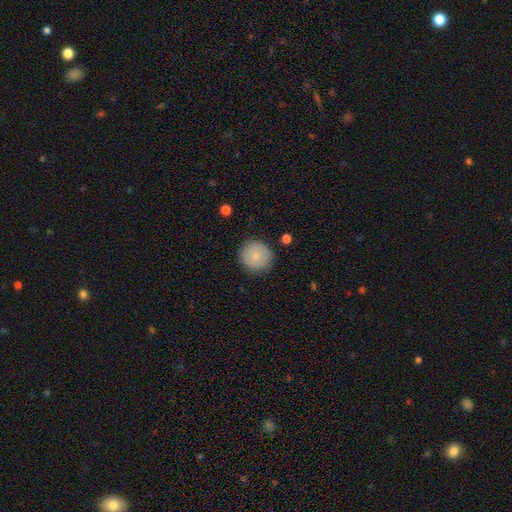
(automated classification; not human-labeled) This is likely a smooth galaxy (78%). How rounded: clearly round (93%). Merging: clearly none (86%).